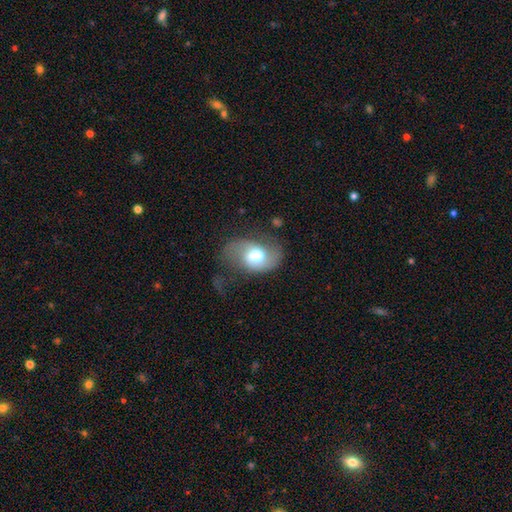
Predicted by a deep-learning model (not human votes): Smooth or featured? Predicted: featured or disk (p=0.49). Merging? Predicted: none (p=0.38).